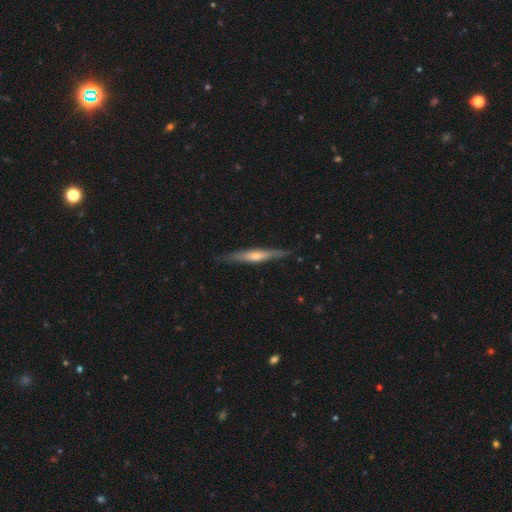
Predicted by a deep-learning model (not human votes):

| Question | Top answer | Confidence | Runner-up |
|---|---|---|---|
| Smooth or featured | featured or disk | 66% | smooth (29%) |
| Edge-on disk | yes | 96% | no (4%) |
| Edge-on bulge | rounded | 75% | none (15%) |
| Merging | none | 86% | minor disturbance (11%) |